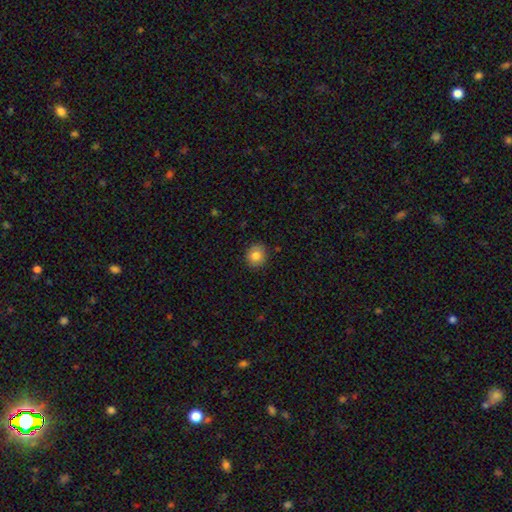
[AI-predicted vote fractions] Smooth or featured? smooth (81%)
How rounded? round (82%)
Merging? none (89%)